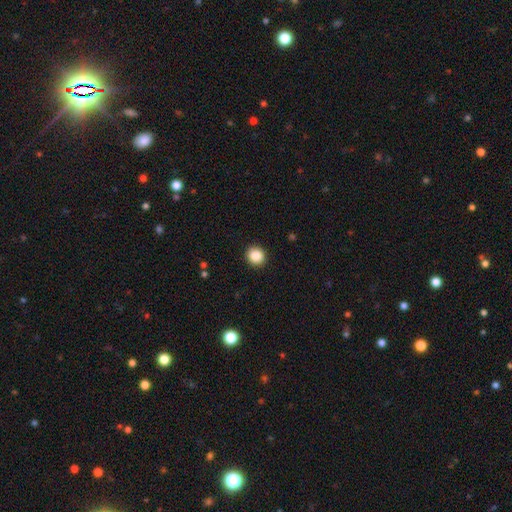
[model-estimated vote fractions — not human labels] A smooth galaxy with no disk features (87%) that is round (86%).

Vote fractions:
- Smooth or featured? smooth: 87% / star or artifact: 9% / featured or disk: 4%
- How rounded? round: 86% / in between: 13% / cigar-shaped: 1%
- Merging? none: 92% / minor disturbance: 5% / major disturbance: 2% / merger: 1%